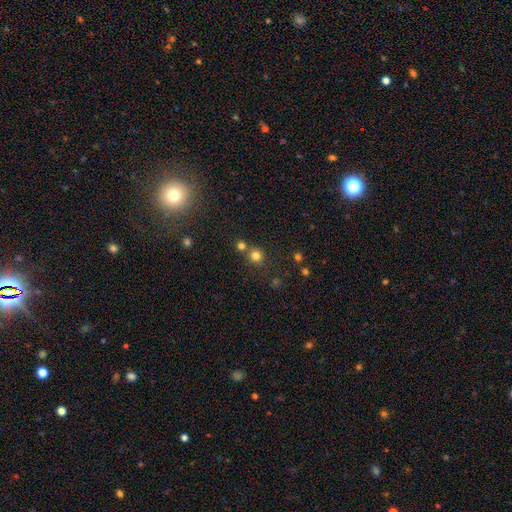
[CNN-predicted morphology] type=smooth (78%); roundness=round (92%); merging=none (68%).